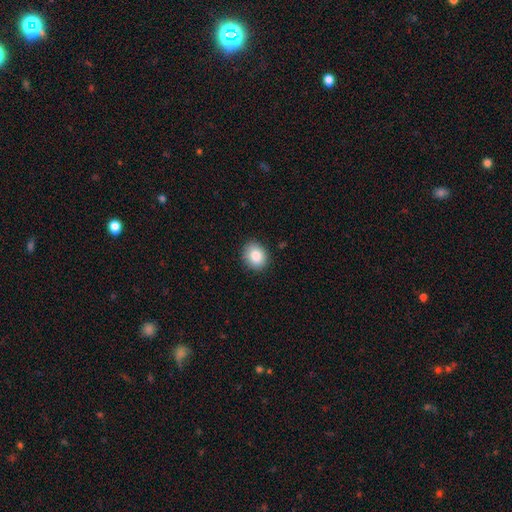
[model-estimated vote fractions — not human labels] smooth 85%, star or artifact 8%, featured or disk 6%. Down the decision tree: how rounded — round (57%); merging — none (87%).